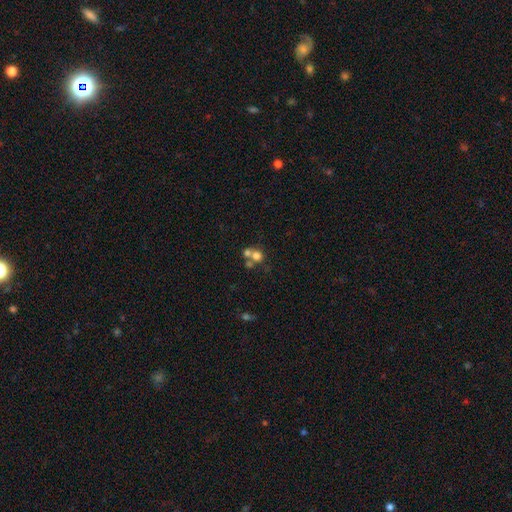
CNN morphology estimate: Q: Smooth or featured?
A: smooth (67%); runner-up: featured or disk (19%)
Q: How rounded?
A: round (82%); runner-up: in between (17%)
Q: Merging?
A: merger (53%); runner-up: none (36%)